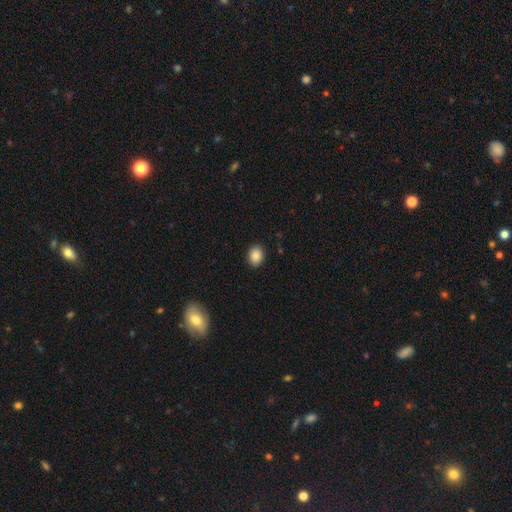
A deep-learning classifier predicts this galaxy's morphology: This is clearly a smooth galaxy (89%). How rounded: possibly in between (57%). Merging: clearly none (90%).